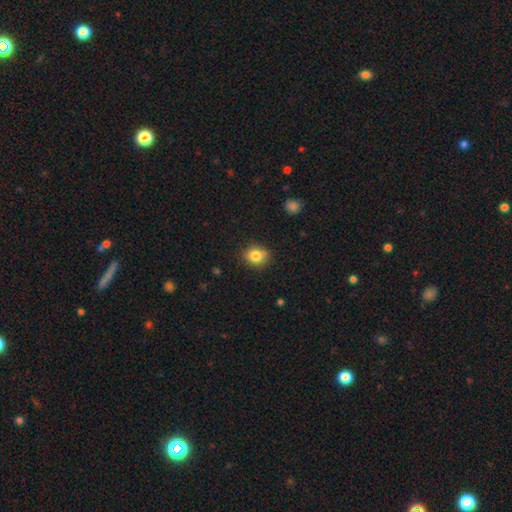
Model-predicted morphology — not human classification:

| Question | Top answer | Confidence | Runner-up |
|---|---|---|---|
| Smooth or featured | smooth | 82% | star or artifact (11%) |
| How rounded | round | 66% | in between (33%) |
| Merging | none | 82% | minor disturbance (13%) |